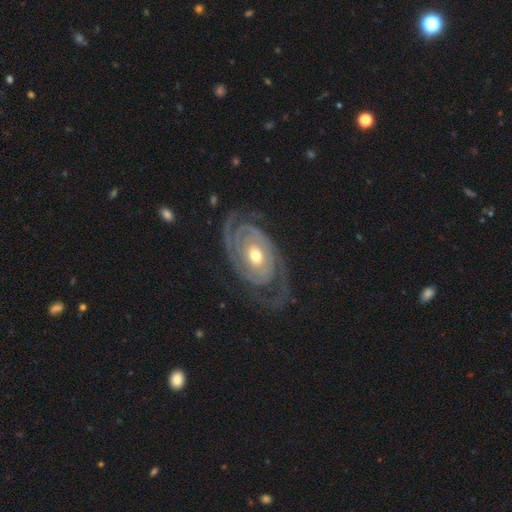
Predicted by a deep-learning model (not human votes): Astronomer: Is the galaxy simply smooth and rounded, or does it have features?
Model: featured or disk — 89%.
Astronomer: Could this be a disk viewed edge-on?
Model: no — 96%.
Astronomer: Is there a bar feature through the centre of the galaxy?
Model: no — 74%.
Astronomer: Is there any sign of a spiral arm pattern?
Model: yes — 95%.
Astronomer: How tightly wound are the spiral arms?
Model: tight — 72%.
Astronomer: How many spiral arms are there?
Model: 2 — 68%.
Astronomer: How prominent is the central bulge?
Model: moderate — 69%.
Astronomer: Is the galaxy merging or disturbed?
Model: none — 74%.